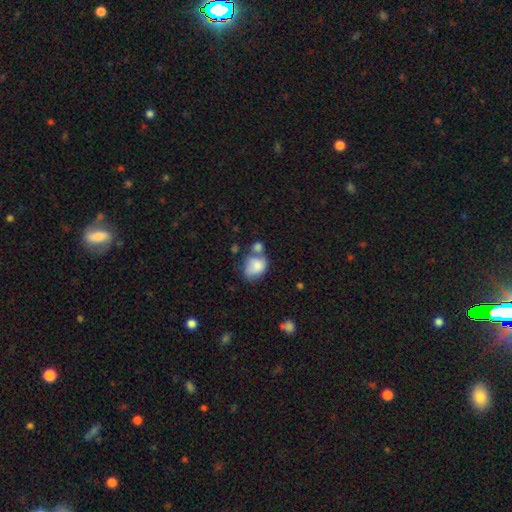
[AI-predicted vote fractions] Smooth or featured? smooth (70%)
How rounded? in between (65%)
Merging? none (38%)